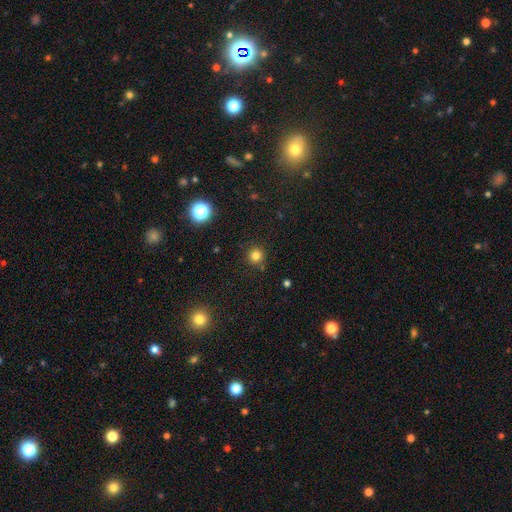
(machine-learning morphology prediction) This appears to be a smooth galaxy with no disk features (80%) that is round (94%). Merging: none (87%).